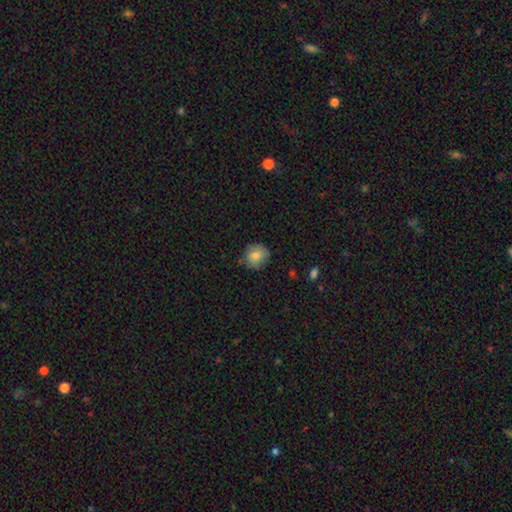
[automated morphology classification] smooth_or_featured: smooth (p=0.81) [alt: featured or disk p=0.11]
how_rounded: round (p=0.86) [alt: in between p=0.13]
merging: none (p=0.78) [alt: minor disturbance p=0.17]